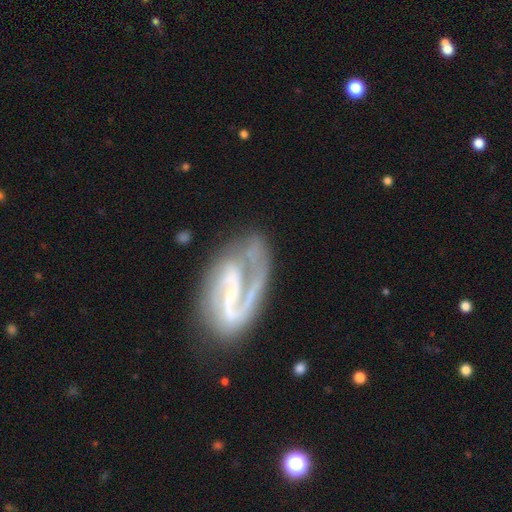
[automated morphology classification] A featured or disk galaxy (89%) with a weak bar (44%), 2 (76%) medium (54%) spiral arms (96%) and a small central bulge (66%).

Vote fractions:
- Smooth or featured? featured or disk: 89% / smooth: 6% / star or artifact: 5%
- Edge-on disk? no: 97% / yes: 3%
- Bar? weak: 44% / strong: 33% / no: 23%
- Spiral arms? yes: 96% / no: 4%
- Spiral winding? medium: 54% / loose: 26% / tight: 21%
- Spiral arm count? 2: 76% / 1: 13% / can't tell: 4% / 3: 4% / 4: 2% / more than 4: 2%
- Bulge size? small: 66% / moderate: 17% / none: 14% / large: 2% / dominant: 1%
- Merging? none: 52% / major disturbance: 22% / minor disturbance: 21% / merger: 5%